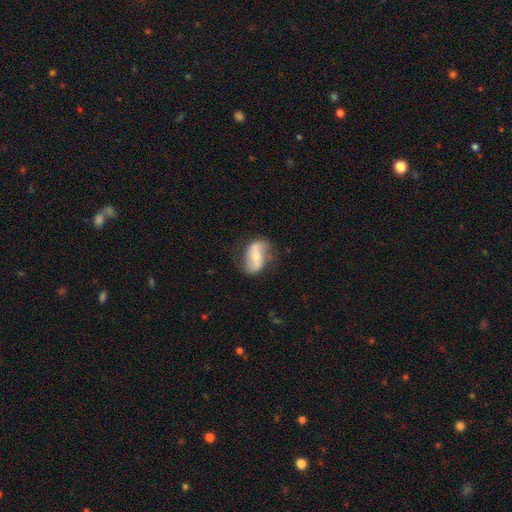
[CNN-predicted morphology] The model was most divided on "bar": strong: 36%, weak: 34%, no: 30%. More confident: edge-on disk — no (93%); spiral arms — yes (75%); merging — none (67%); smooth or featured — featured or disk (58%); bulge size — moderate (56%).